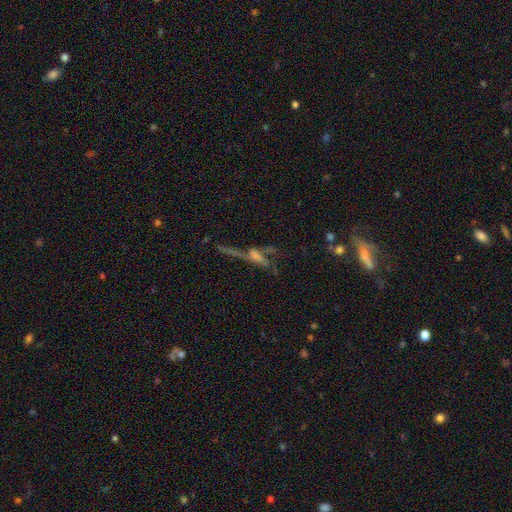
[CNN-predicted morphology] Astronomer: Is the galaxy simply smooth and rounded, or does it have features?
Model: featured or disk — 53%.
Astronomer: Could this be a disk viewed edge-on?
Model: yes — 53% (runner-up: no, 47%).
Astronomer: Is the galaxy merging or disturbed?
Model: none — 37% (runner-up: major disturbance, 32%).